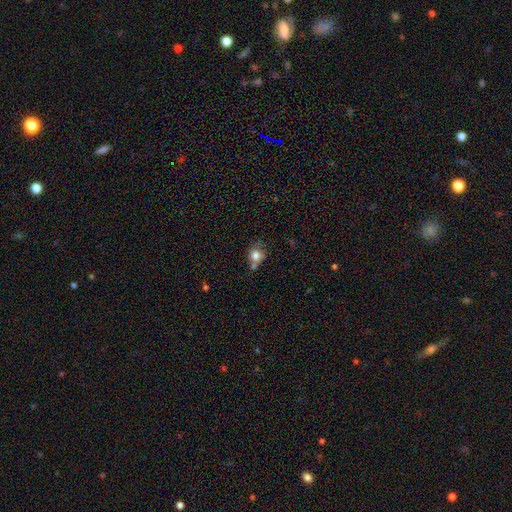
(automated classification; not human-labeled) smooth 78%, featured or disk 11%, star or artifact 11%. Down the decision tree: how rounded — round (76%); merging — none (48%).